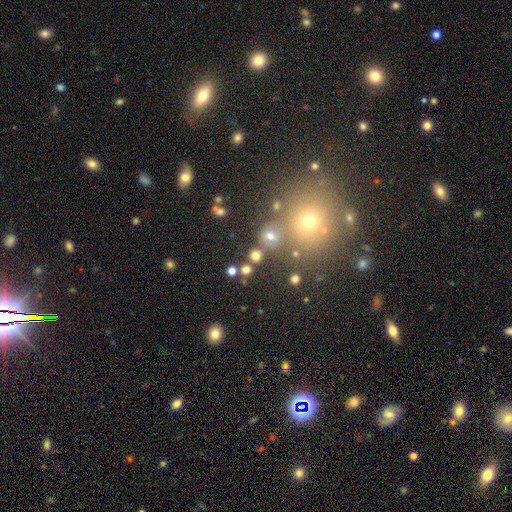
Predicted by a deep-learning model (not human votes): Smooth or featured? Predicted: smooth (p=0.71). How rounded? Predicted: round (p=0.89). Merging? Predicted: none (p=0.74).